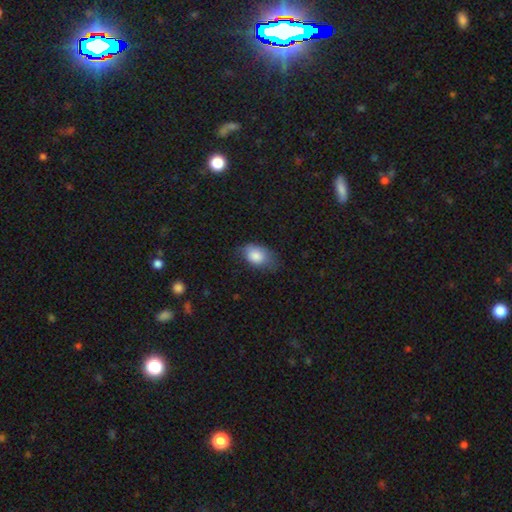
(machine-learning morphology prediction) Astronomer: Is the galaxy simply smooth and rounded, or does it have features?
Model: smooth — 84%.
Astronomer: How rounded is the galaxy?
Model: in between — 87%.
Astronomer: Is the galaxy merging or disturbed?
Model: none — 55% (runner-up: minor disturbance, 34%).